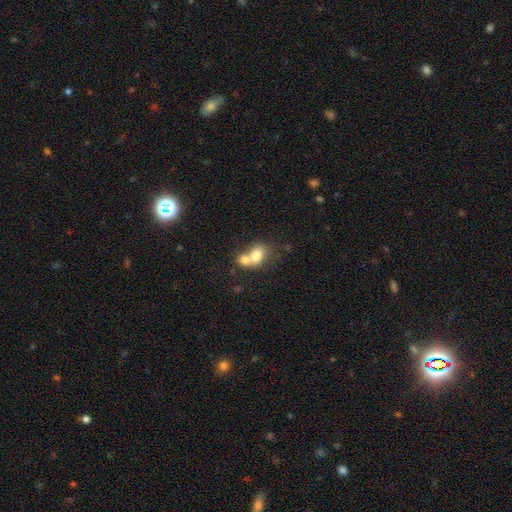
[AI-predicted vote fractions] Overall: smooth (73%). How rounded: in between (59%; round 39%). Merging: merger (68%).